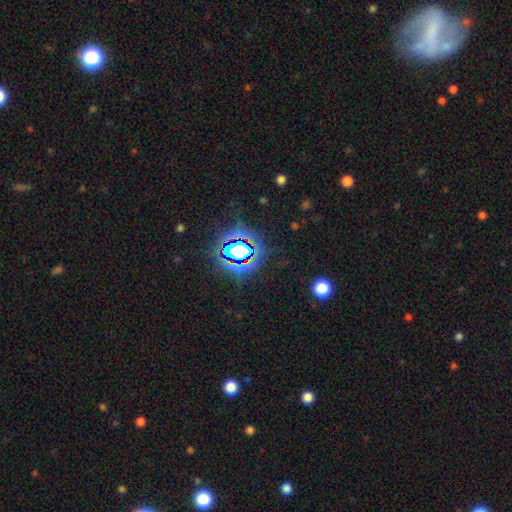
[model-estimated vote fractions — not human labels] Q: Smooth or featured?
A: star or artifact (81%); runner-up: smooth (11%)